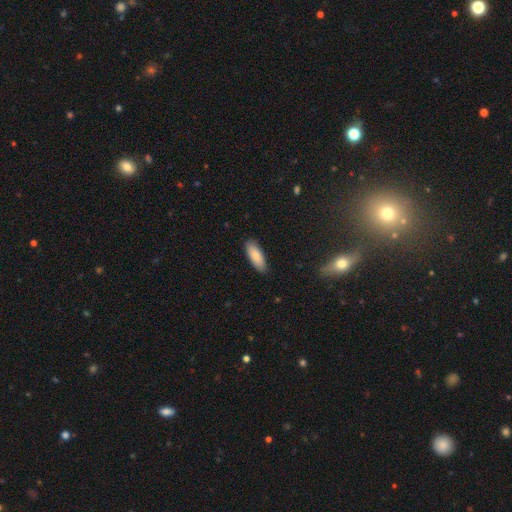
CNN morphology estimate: This appears to be a smooth galaxy with no disk features (84%) that is in between round and cigar-shaped (70%). Merging: none (87%).